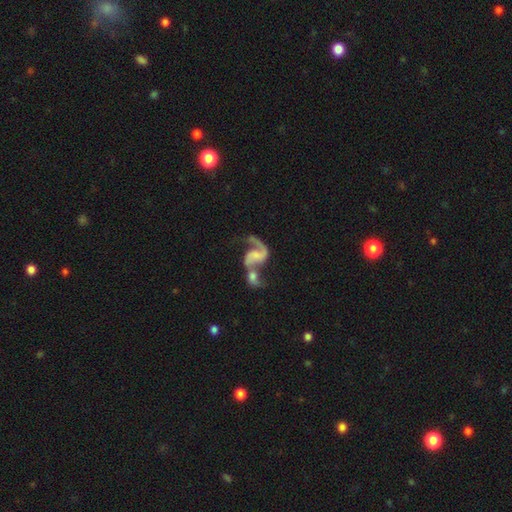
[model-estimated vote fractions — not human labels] This is clearly a featured or disk galaxy (82%). It is clearly not viewed edge-on (97%). Bar: possibly no (48%). Spiral arm pattern: clearly yes (92%). Spiral arm count: likely 2 (74%). Spiral winding: likely loose (65%). Central bulge: marginally none (43%). Merging: likely merger (63%).